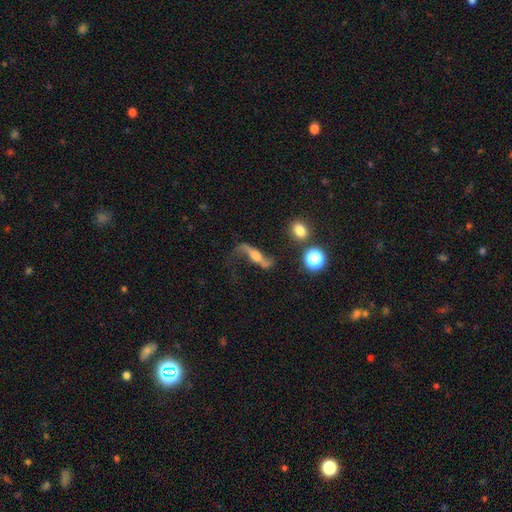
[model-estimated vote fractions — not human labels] smooth_or_featured: featured or disk (p=0.74) [alt: smooth p=0.16]
disk_edge_on: no (p=0.77) [alt: yes p=0.23]
bar: no (p=0.46) [alt: weak p=0.30]
has_spiral_arms: yes (p=0.89) [alt: no p=0.11]
spiral_winding: loose (p=0.92) [alt: medium p=0.06]
spiral_arm_count: 2 (p=0.88) [alt: 1 p=0.07]
bulge_size: moderate (p=0.42) [alt: small p=0.25]
merging: none (p=0.53) [alt: major disturbance p=0.22]